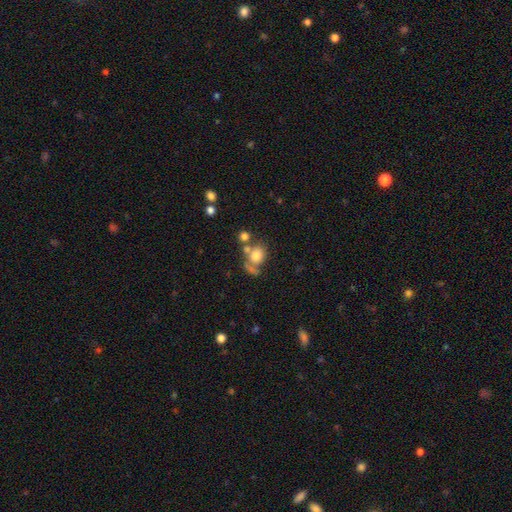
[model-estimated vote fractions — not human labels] Smooth or featured? smooth (68%)
How rounded? round (57%)
Merging? none (35%)